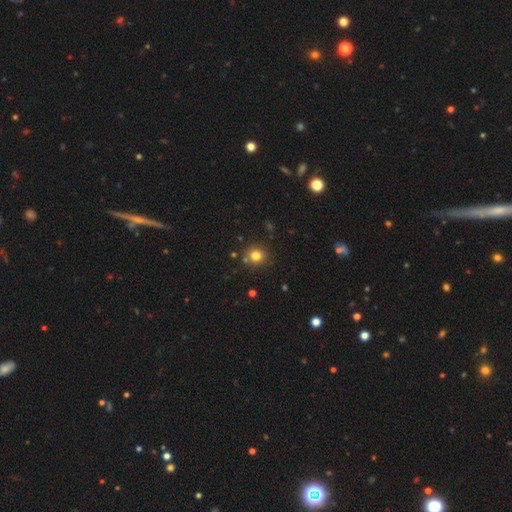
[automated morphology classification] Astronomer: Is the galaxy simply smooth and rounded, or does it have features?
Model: smooth — 79%.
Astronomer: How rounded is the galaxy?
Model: round — 87%.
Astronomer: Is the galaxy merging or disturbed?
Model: none — 81%.